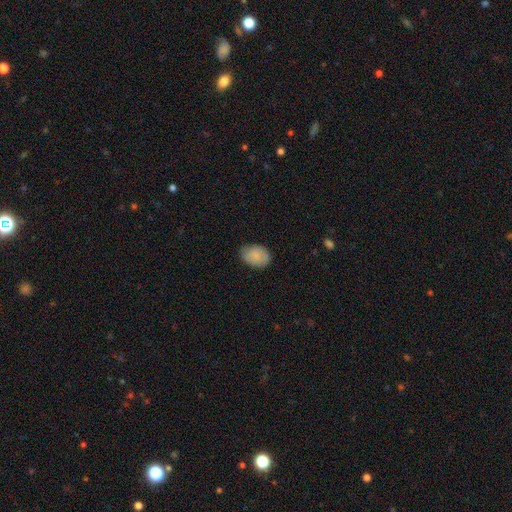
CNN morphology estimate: Smooth or featured: smooth — 84% (featured or disk — 9%)
How rounded: in between — 76% (round — 23%)
Merging: none — 77% (minor disturbance — 19%)